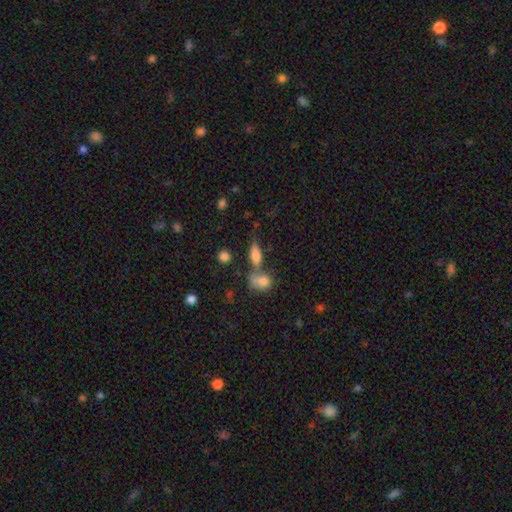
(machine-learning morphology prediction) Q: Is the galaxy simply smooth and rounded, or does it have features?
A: smooth — 71%.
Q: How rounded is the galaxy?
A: in between — 62%.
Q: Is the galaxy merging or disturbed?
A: none — 53%.